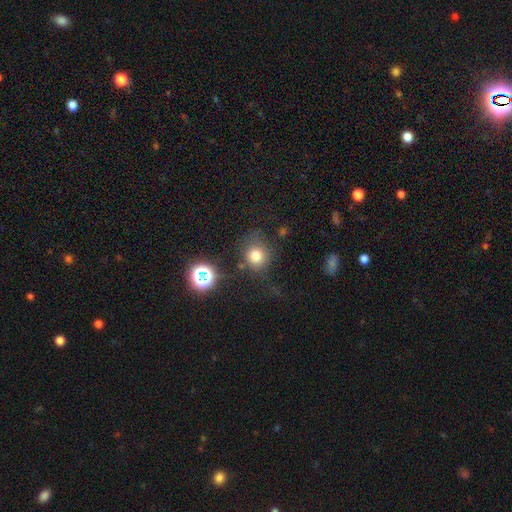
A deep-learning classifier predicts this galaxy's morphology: smooth-or-featured: smooth: 75% | star or artifact: 17% | featured or disk: 8%
  how-rounded: round: 83% | in between: 16% | cigar-shaped: 1%
  merging: none: 67% | minor disturbance: 17% | major disturbance: 10% | merger: 6%